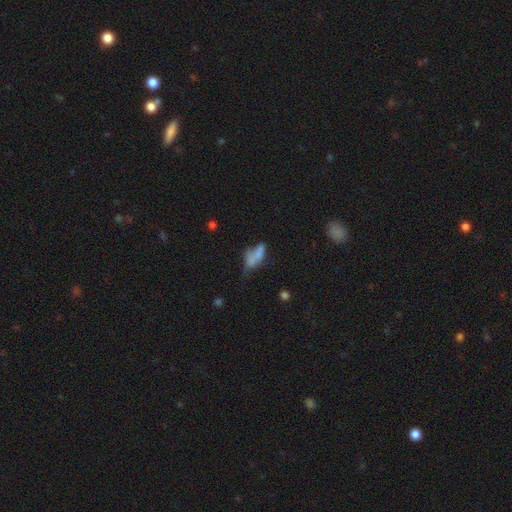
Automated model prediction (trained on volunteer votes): smooth_or_featured: smooth (p=0.59) [alt: featured or disk p=0.28]
how_rounded: in between (p=0.79) [alt: cigar-shaped p=0.14]
merging: merger (p=0.29) [alt: major disturbance p=0.26]